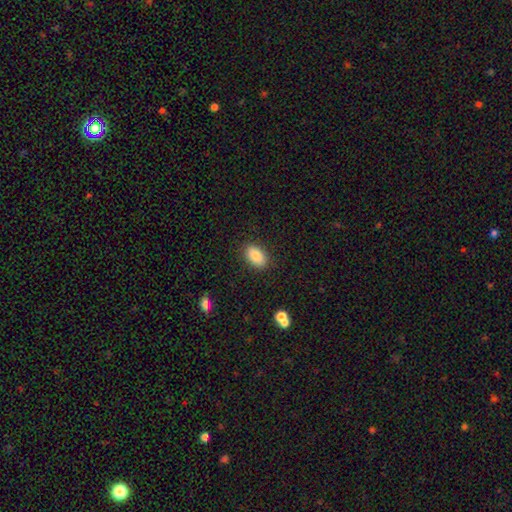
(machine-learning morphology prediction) This is clearly a smooth galaxy (85%). How rounded: clearly in between (92%). Merging: clearly none (87%).